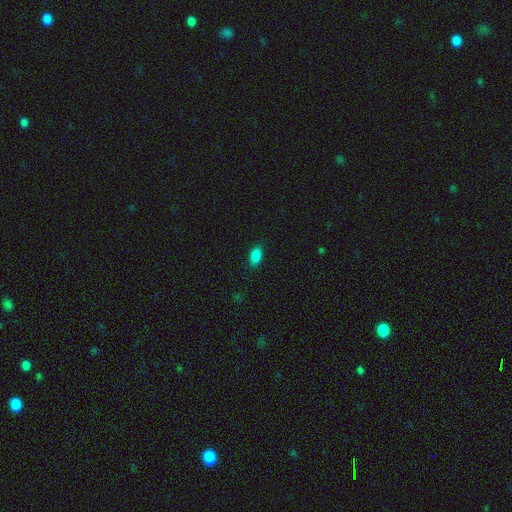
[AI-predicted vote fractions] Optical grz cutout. It shows a smooth galaxy with no disk features (86%) that is in between round and cigar-shaped (89%). Merging: none (86%).